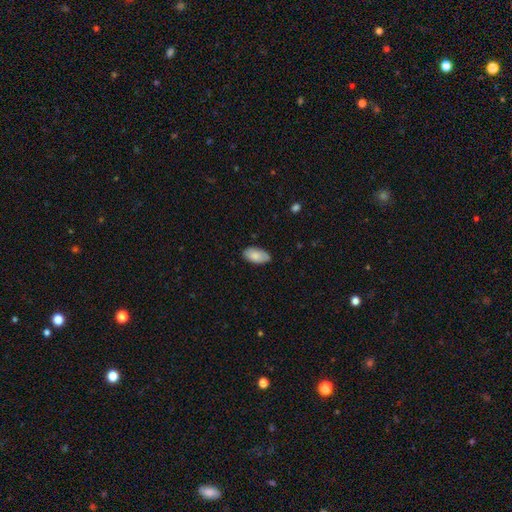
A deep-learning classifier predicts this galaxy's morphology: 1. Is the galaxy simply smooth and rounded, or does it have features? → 82% smooth, 12% featured or disk, 6% star or artifact.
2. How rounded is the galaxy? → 95% in between, 3% round, 2% cigar-shaped.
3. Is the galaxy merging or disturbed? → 80% none, 16% minor disturbance, 3% major disturbance, 1% merger.